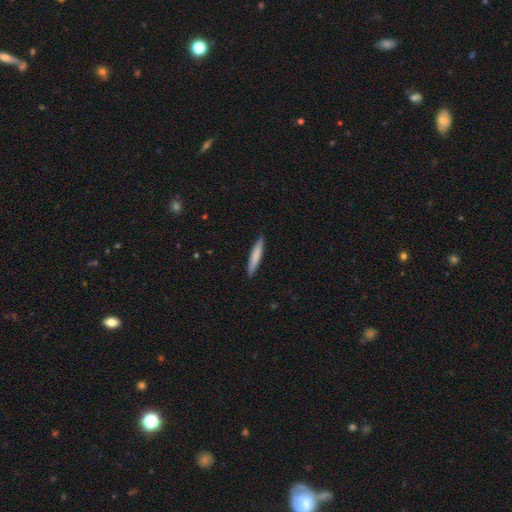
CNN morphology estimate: Overall: smooth (76%). How rounded: cigar-shaped (92%). Merging: none (89%).